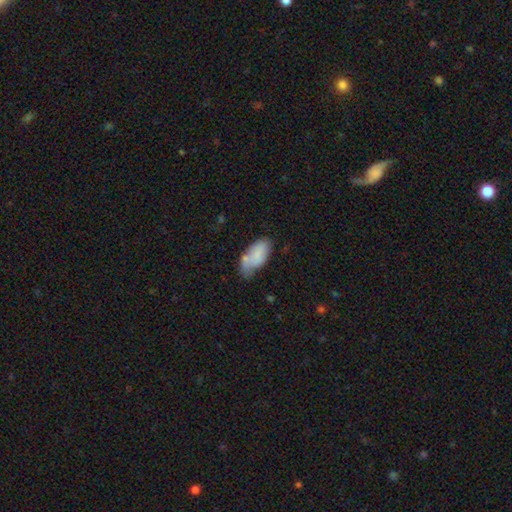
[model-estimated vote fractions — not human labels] Smooth or featured?
  - smooth: 77% *
  - featured or disk: 15%
  - star or artifact: 7%
How rounded?
  - in between: 92% *
  - cigar-shaped: 5%
  - round: 3%
Merging?
  - none: 43% *
  - minor disturbance: 33%
  - merger: 13%
  - major disturbance: 11%